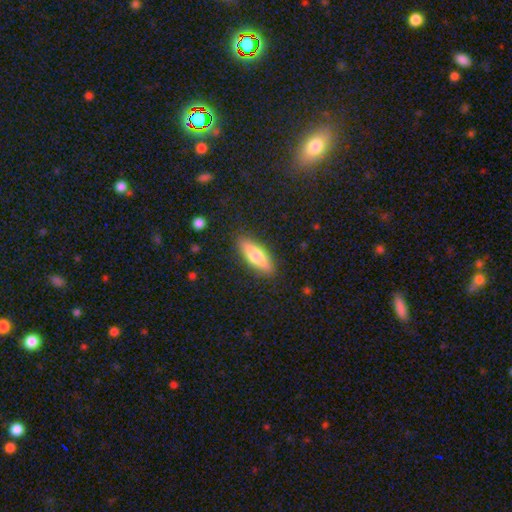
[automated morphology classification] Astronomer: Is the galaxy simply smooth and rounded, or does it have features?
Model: smooth — 70%.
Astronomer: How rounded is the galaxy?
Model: in between — 57% (runner-up: cigar-shaped, 41%).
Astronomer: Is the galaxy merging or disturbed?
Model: none — 86%.